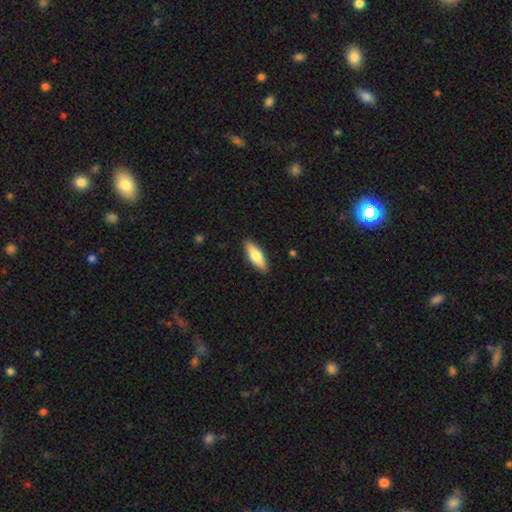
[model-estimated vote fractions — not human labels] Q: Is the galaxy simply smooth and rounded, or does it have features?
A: smooth — 72%.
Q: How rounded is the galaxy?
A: in between — 60%.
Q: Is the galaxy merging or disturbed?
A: none — 89%.